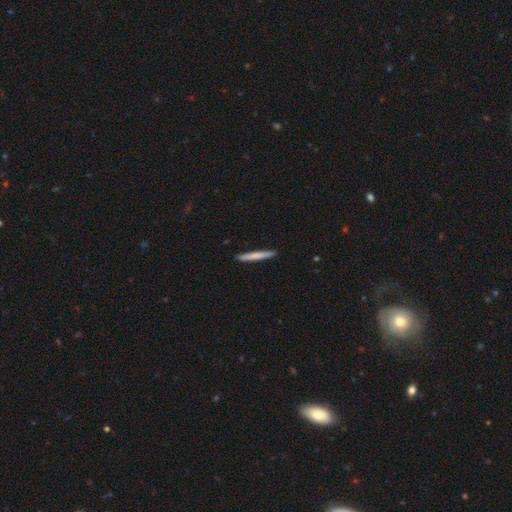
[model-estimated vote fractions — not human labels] This is likely a smooth galaxy (70%). How rounded: clearly cigar-shaped (96%). Merging: clearly none (91%).